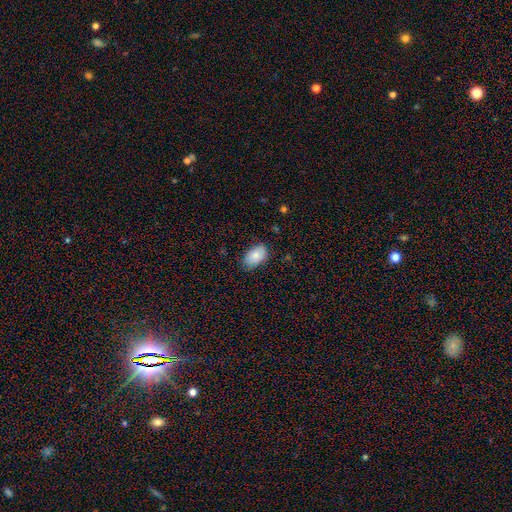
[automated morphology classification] smooth-or-featured: smooth: 85% | featured or disk: 8% | star or artifact: 7%
  how-rounded: in between: 92% | round: 7% | cigar-shaped: 1%
  merging: none: 76% | minor disturbance: 20% | major disturbance: 3% | merger: 1%